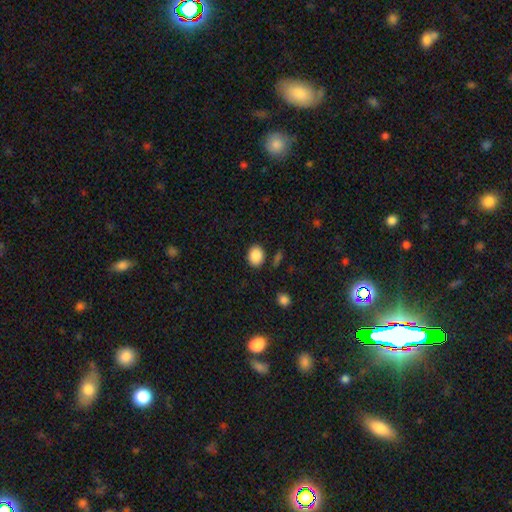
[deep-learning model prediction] A smooth galaxy with no disk features (88%) that is in between round and cigar-shaped (58%).

Vote fractions:
- Smooth or featured? smooth: 88% / star or artifact: 8% / featured or disk: 4%
- How rounded? in between: 58% / round: 41% / cigar-shaped: 1%
- Merging? none: 84% / minor disturbance: 10% / merger: 3% / major disturbance: 3%